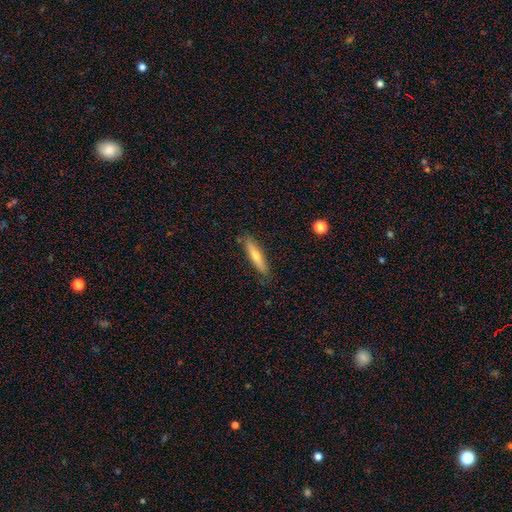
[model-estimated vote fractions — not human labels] Smooth or featured?
  - smooth: 52% *
  - featured or disk: 41%
  - star or artifact: 7%
How rounded?
  - cigar-shaped: 86% *
  - in between: 13%
  - round: 2%
Merging?
  - none: 87% *
  - minor disturbance: 10%
  - major disturbance: 2%
  - merger: 1%